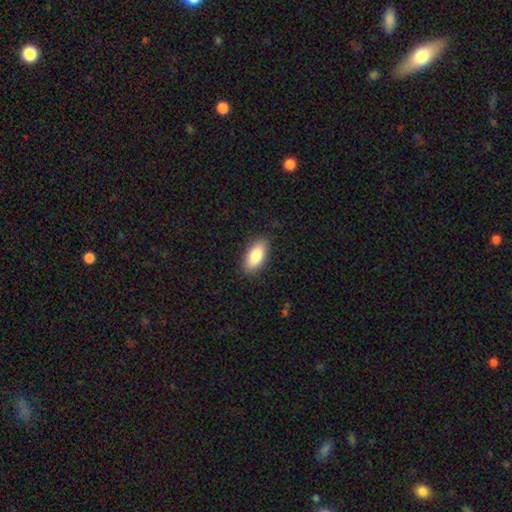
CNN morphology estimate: This appears to be a smooth galaxy with no disk features (85%) that is in between round and cigar-shaped (89%). Merging: none (87%).